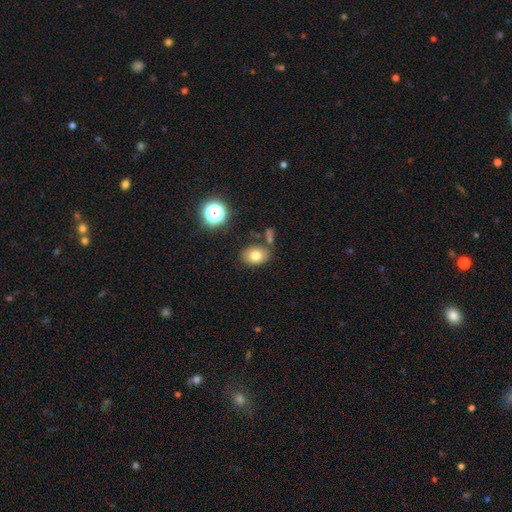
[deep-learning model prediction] Smooth or featured? smooth (77%)
How rounded? in between (70%)
Merging? none (75%)